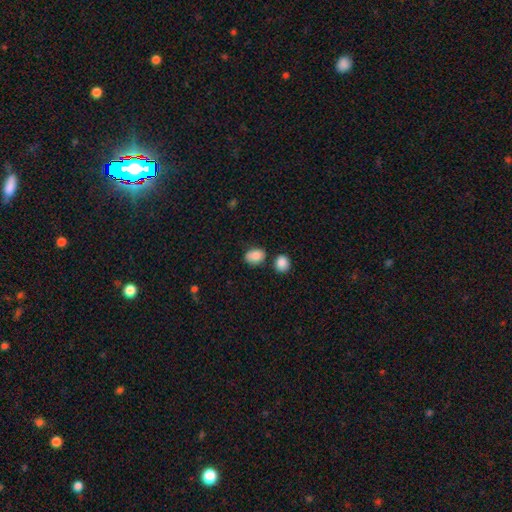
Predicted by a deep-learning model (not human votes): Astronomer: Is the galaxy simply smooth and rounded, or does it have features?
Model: smooth — 86%.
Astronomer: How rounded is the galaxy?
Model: in between — 64%.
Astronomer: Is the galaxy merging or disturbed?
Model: none — 69%.